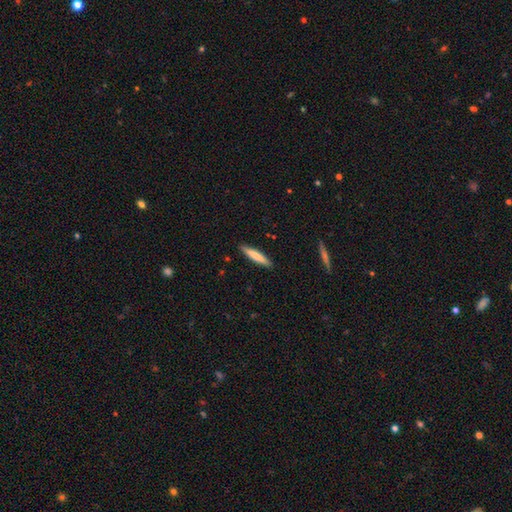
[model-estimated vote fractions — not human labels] A smooth galaxy with no disk features (73%) that is cigar-shaped (91%). Merging: none (90%).